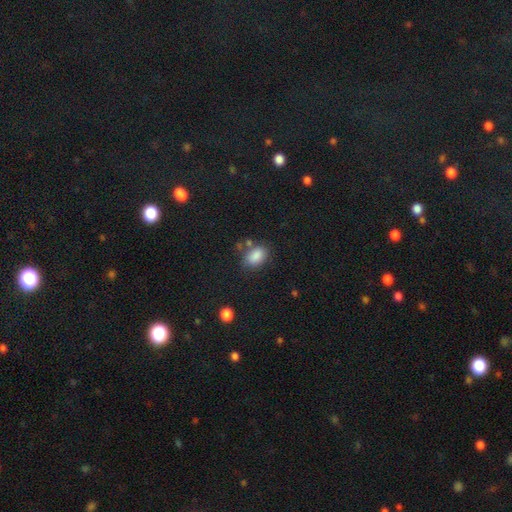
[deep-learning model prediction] Smooth or featured?
  - smooth: 86% *
  - star or artifact: 9%
  - featured or disk: 5%
How rounded?
  - in between: 84% *
  - round: 15%
  - cigar-shaped: 1%
Merging?
  - none: 67% *
  - minor disturbance: 18%
  - merger: 9%
  - major disturbance: 6%